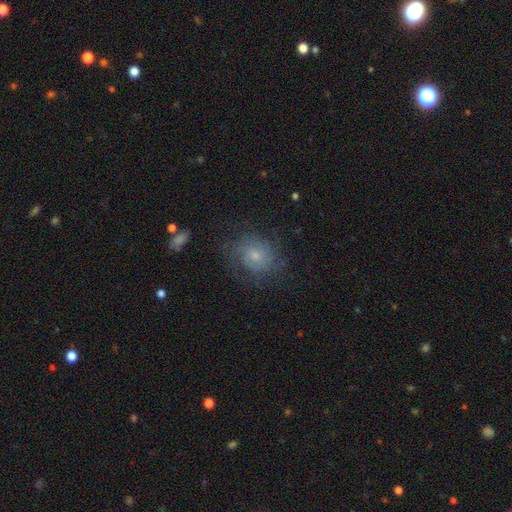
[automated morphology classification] Smooth or featured? featured or disk (54%)
Edge-on disk? no (97%)
Bar? no (74%)
Spiral arms? yes (85%)
Bulge size? small (55%)
Merging? none (69%)